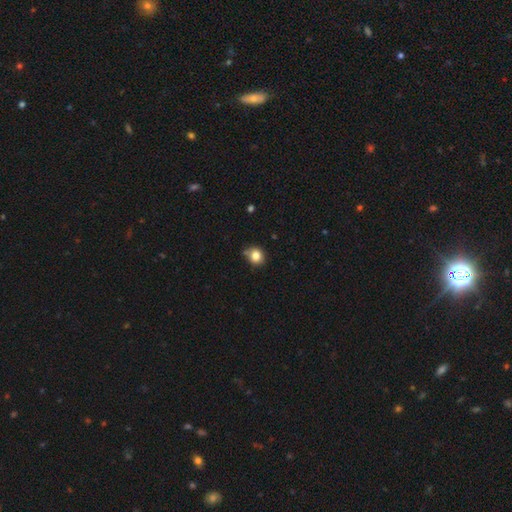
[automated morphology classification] smooth_or_featured: smooth (p=0.82) [alt: star or artifact p=0.11]
how_rounded: round (p=0.76) [alt: in between p=0.23]
merging: none (p=0.73) [alt: minor disturbance p=0.17]